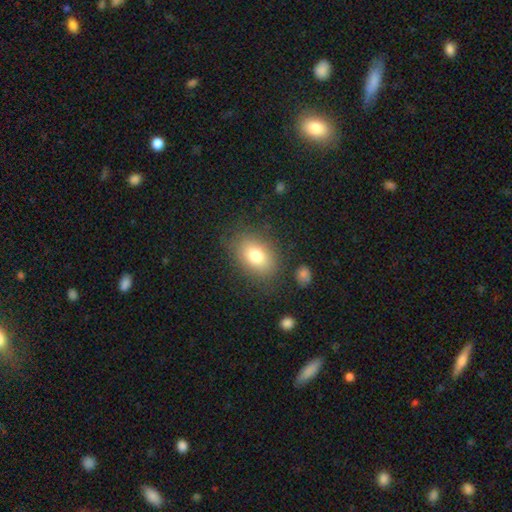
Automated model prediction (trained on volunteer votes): A smooth galaxy with no disk features (79%) that is in between round and cigar-shaped (81%). Merging: none (79%).